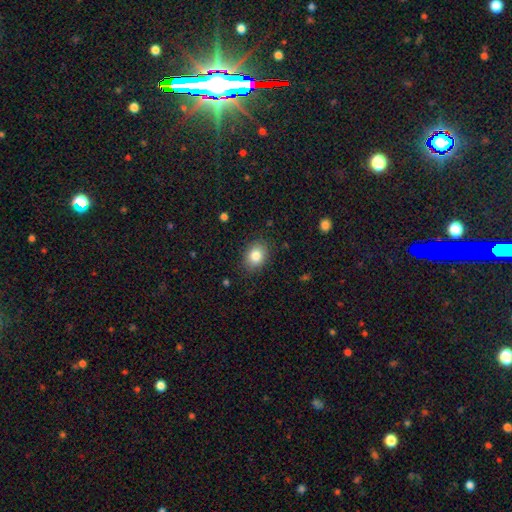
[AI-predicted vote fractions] Q: Smooth or featured?
A: smooth (83%); runner-up: star or artifact (9%)
Q: How rounded?
A: in between (58%); runner-up: round (41%)
Q: Merging?
A: none (85%); runner-up: minor disturbance (11%)